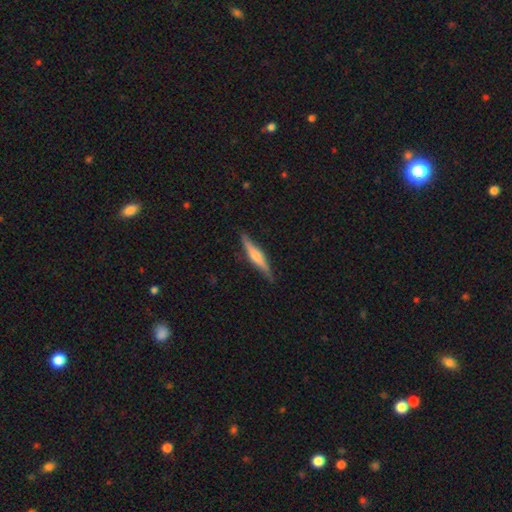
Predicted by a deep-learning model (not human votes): Smooth or featured? featured or disk (62%)
Edge-on disk? yes (96%)
Edge-on bulge? rounded (76%)
Merging? none (87%)